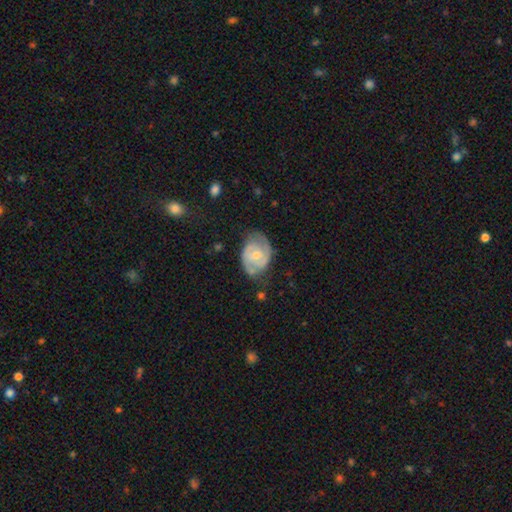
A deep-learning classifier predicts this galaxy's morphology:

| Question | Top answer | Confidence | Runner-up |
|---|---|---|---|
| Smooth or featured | featured or disk | 78% | smooth (17%) |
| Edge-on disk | no | 97% | yes (3%) |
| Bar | no | 60% | weak (34%) |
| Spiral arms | yes | 91% | no (9%) |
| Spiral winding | tight | 47% | medium (41%) |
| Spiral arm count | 2 | 79% | can't tell (12%) |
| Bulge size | moderate | 48% | small (46%) |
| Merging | none | 64% | minor disturbance (25%) |